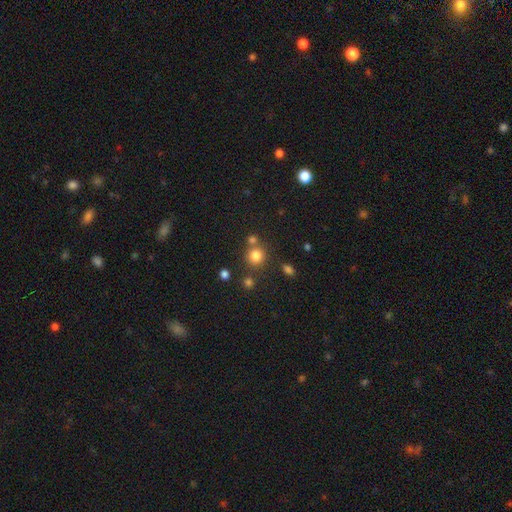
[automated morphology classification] The model was most divided on "merging": none: 71%, merger: 17%, minor disturbance: 9%, major disturbance: 3%. More confident: how rounded — round (90%); smooth or featured — smooth (79%).